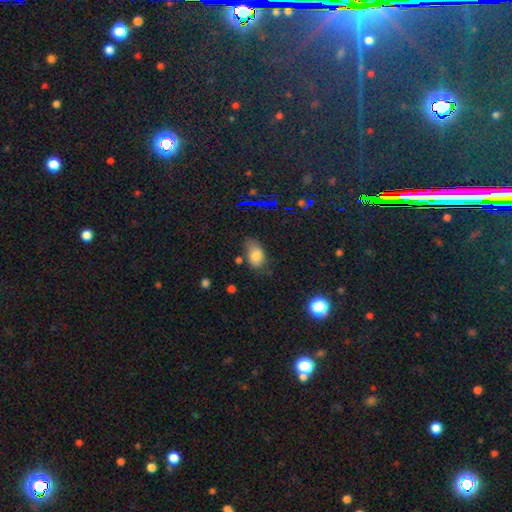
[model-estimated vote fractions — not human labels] Overall: smooth (78%). How rounded: in between (88%). Merging: none (56%; minor disturbance 30%).